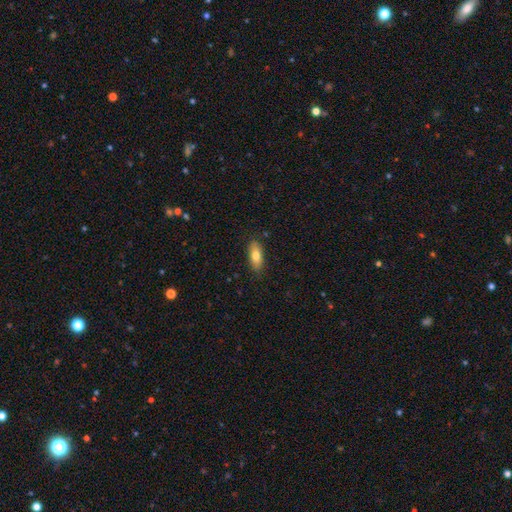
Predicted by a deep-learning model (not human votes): smooth 77%, featured or disk 16%, star or artifact 7%. Down the decision tree: how rounded — in between (80%); merging — none (86%).